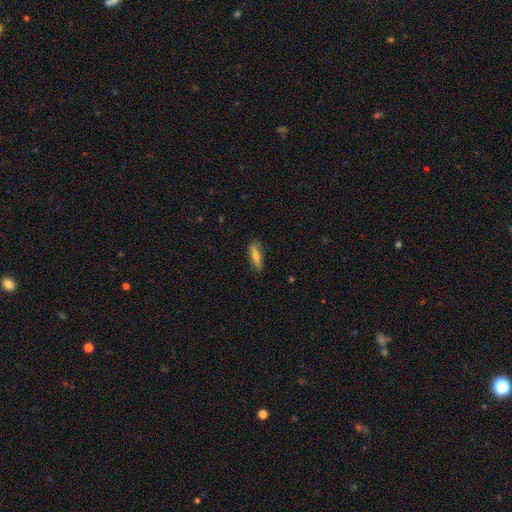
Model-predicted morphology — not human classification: A smooth galaxy with no disk features (67%) that is cigar-shaped (59%). Merging: none (83%).